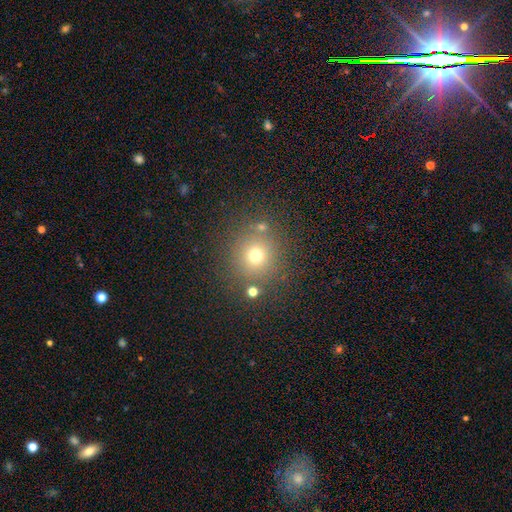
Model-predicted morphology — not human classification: Q: Smooth or featured?
A: smooth (70%); runner-up: star or artifact (20%)
Q: How rounded?
A: round (92%); runner-up: in between (7%)
Q: Merging?
A: none (81%); runner-up: minor disturbance (9%)